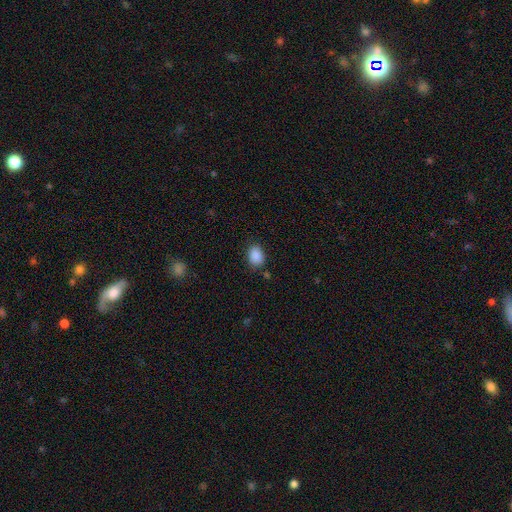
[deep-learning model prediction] This appears to be a smooth galaxy with no disk features (88%) that is in between round and cigar-shaped (74%). Merging: none (82%).